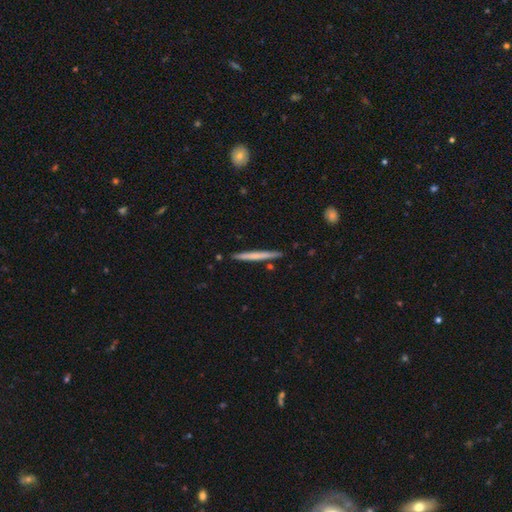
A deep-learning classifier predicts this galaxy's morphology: smooth-or-featured: smooth: 54% | featured or disk: 41% | star or artifact: 5%
  how-rounded: cigar-shaped: 97% | in between: 2% | round: 1%
  merging: none: 90% | minor disturbance: 7% | merger: 2% | major disturbance: 1%